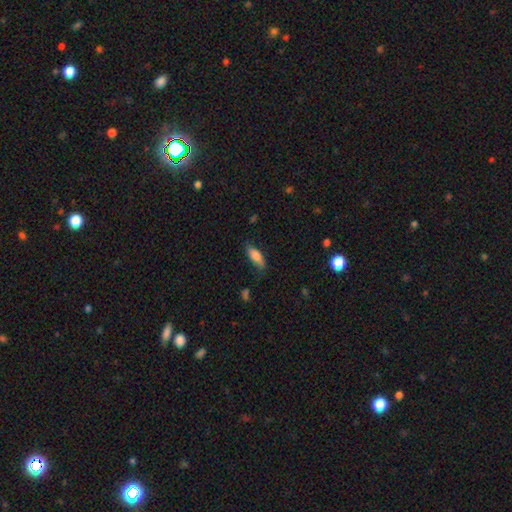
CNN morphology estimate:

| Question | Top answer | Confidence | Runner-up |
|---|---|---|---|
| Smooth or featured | smooth | 81% | featured or disk (12%) |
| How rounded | in between | 73% | cigar-shaped (25%) |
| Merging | none | 68% | minor disturbance (24%) |